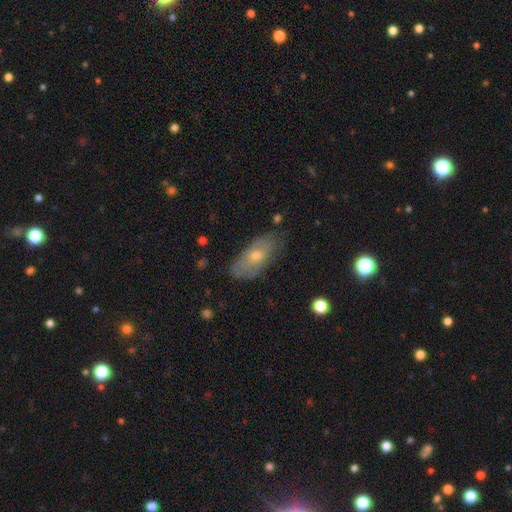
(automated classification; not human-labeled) Smooth or featured: smooth — 53% (featured or disk — 39%)
How rounded: in between — 84% (cigar-shaped — 12%)
Merging: none — 69% (minor disturbance — 23%)